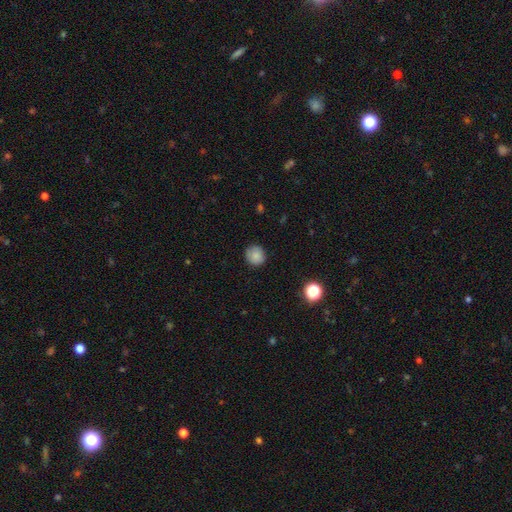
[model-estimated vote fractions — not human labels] Morphology: type=smooth (84%); roundness=round (87%); merging=none (86%).